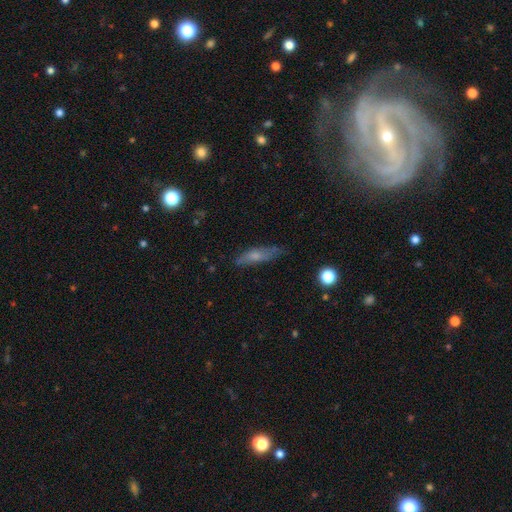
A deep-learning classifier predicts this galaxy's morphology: smooth 59%, featured or disk 33%, star or artifact 9%. Down the decision tree: how rounded — cigar-shaped (64%); merging — none (65%).